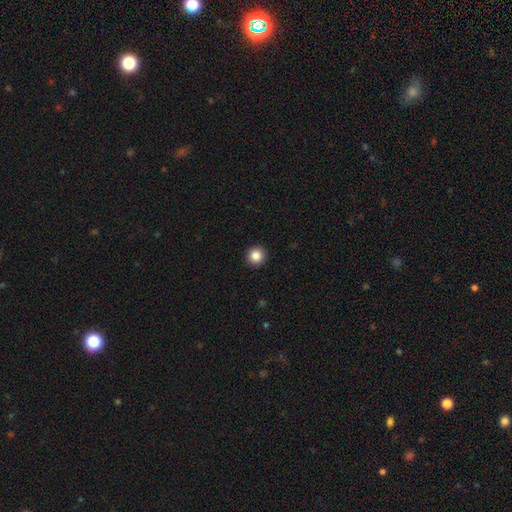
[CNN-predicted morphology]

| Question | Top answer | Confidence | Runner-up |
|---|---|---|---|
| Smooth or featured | smooth | 86% | star or artifact (10%) |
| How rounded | round | 94% | in between (5%) |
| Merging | none | 93% | minor disturbance (4%) |